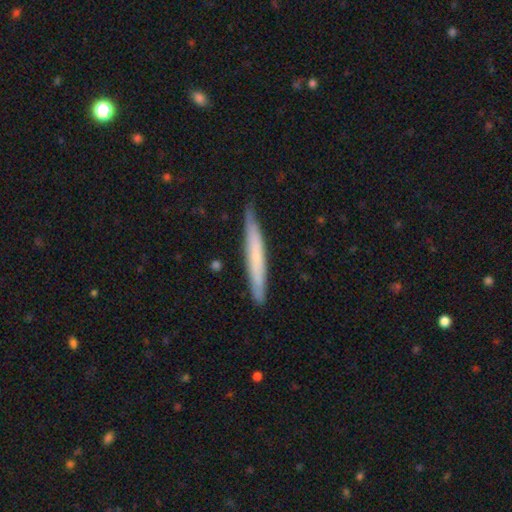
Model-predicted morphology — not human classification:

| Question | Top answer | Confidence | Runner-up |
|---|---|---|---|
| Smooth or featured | smooth | 56% | featured or disk (38%) |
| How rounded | cigar-shaped | 96% | in between (3%) |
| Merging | none | 83% | minor disturbance (14%) |